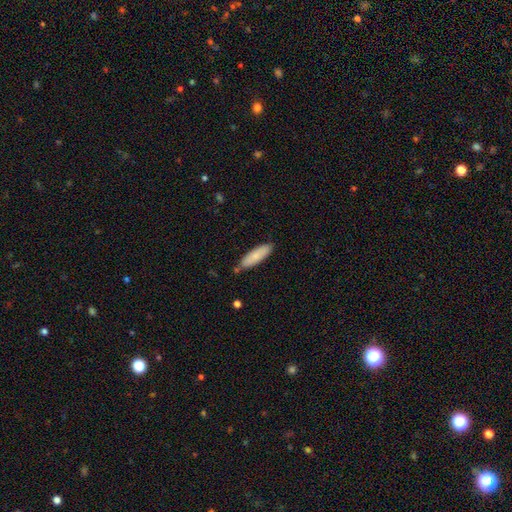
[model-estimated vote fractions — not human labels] This appears to be a smooth galaxy with no disk features (81%) that is cigar-shaped (56%). Merging: none (78%).